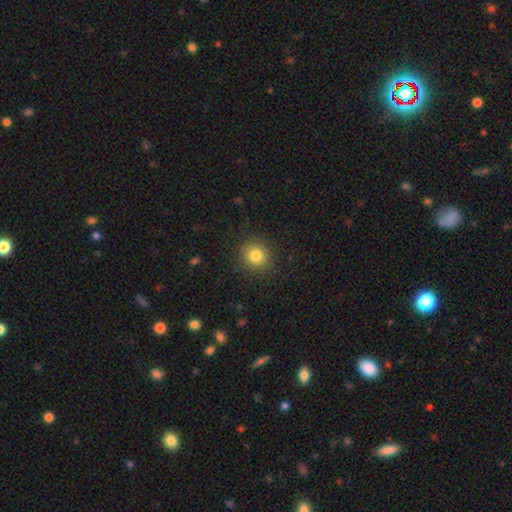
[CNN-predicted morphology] smooth_or_featured: smooth (p=0.82) [alt: star or artifact p=0.11]
how_rounded: round (p=0.91) [alt: in between p=0.08]
merging: none (p=0.90) [alt: minor disturbance p=0.07]